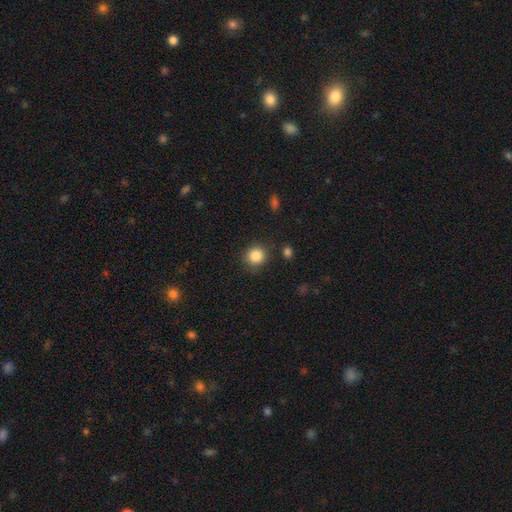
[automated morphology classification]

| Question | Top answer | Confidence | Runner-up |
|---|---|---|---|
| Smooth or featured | smooth | 85% | star or artifact (10%) |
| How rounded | round | 88% | in between (11%) |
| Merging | none | 85% | minor disturbance (9%) |